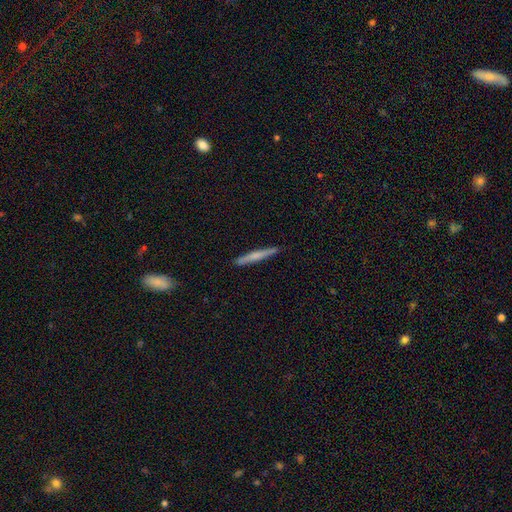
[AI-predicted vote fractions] The model was most divided on "smooth or featured": smooth: 53%, featured or disk: 41%, star or artifact: 6%. More confident: how rounded — cigar-shaped (96%); merging — none (88%).